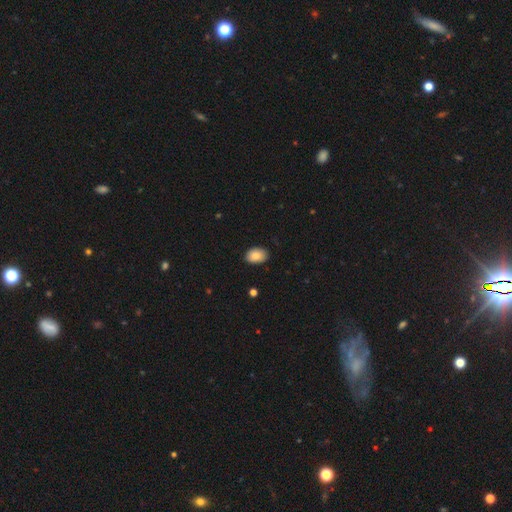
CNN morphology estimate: A smooth galaxy with no disk features (86%) that is in between round and cigar-shaped (86%). Merging: none (85%).